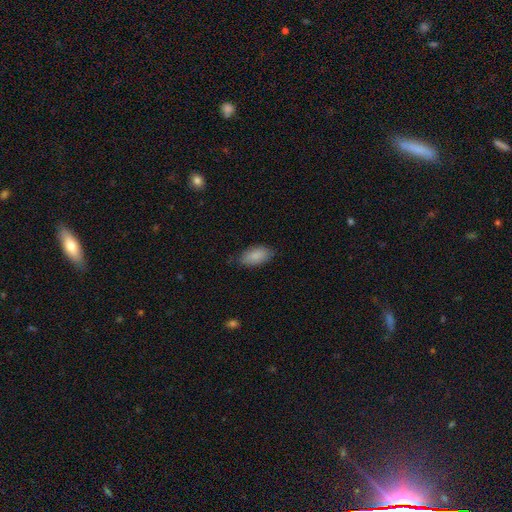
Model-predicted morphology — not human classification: smooth_or_featured: smooth (p=0.88) [alt: star or artifact p=0.06]
how_rounded: in between (p=0.93) [alt: cigar-shaped p=0.04]
merging: none (p=0.77) [alt: minor disturbance p=0.18]